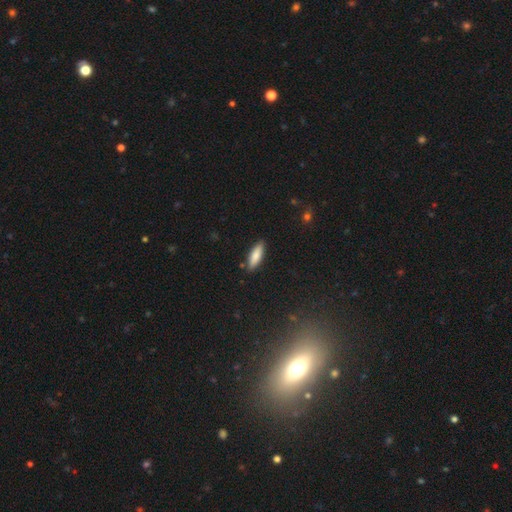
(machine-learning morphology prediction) smooth 80%, featured or disk 14%, star or artifact 6%. Down the decision tree: how rounded — in between (51%); merging — none (86%).